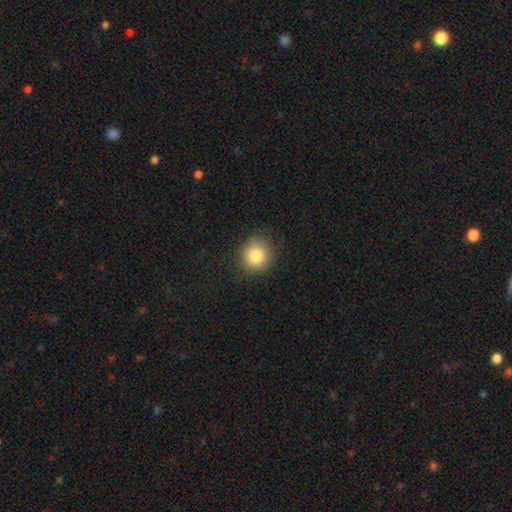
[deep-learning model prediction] Overall: smooth (84%). How rounded: round (86%). Merging: none (85%).